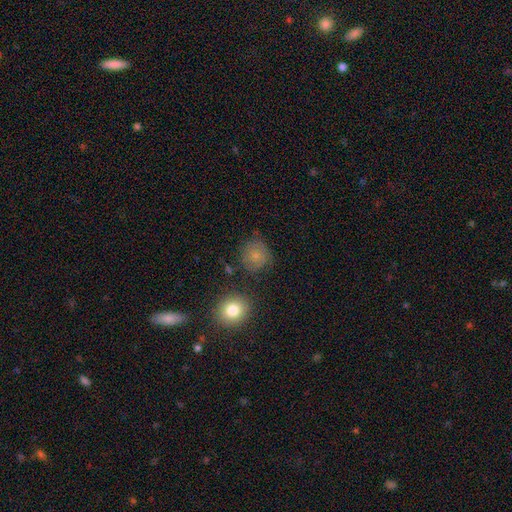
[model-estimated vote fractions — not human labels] Smooth or featured: smooth — 76% (featured or disk — 12%)
How rounded: round — 87% (in between — 12%)
Merging: none — 74% (minor disturbance — 16%)